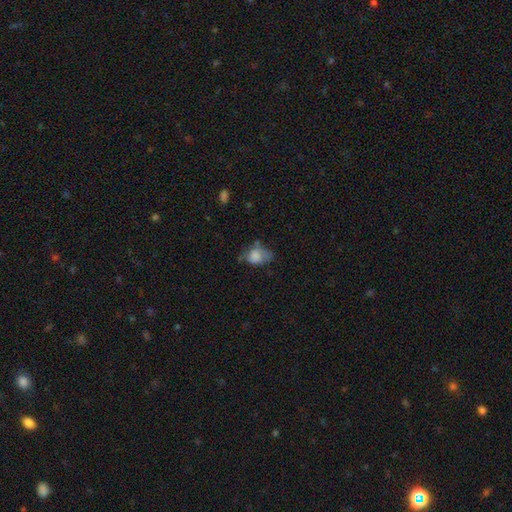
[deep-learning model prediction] Morphology: type=smooth (72%); roundness=in between (73%); merging=minor disturbance (35%).